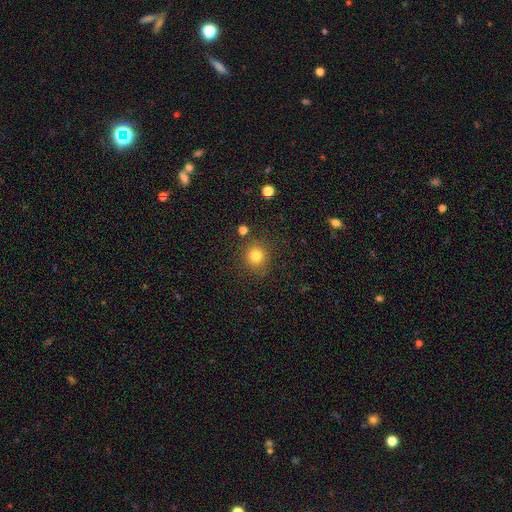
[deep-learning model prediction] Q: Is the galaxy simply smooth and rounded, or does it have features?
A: smooth — 80%.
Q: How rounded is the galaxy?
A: round — 89%.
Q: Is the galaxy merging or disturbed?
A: none — 84%.